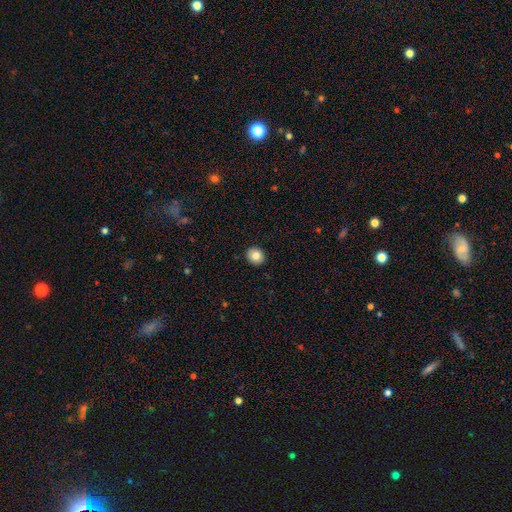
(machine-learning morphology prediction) smooth-or-featured: smooth: 82% | featured or disk: 9% | star or artifact: 9%
  how-rounded: round: 85% | in between: 14% | cigar-shaped: 1%
  merging: none: 92% | minor disturbance: 5% | major disturbance: 2% | merger: 1%